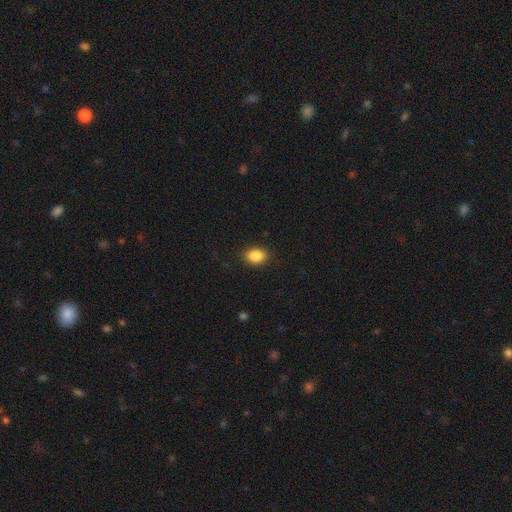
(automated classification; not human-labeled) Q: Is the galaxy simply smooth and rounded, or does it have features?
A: smooth — 87%.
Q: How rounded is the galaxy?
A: in between — 71%.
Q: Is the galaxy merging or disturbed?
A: none — 88%.